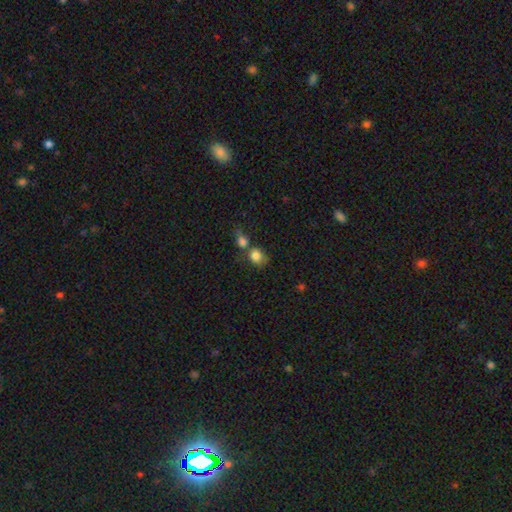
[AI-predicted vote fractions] Morphology: type=smooth (82%); roundness=round (56%); merging=merger (48%).